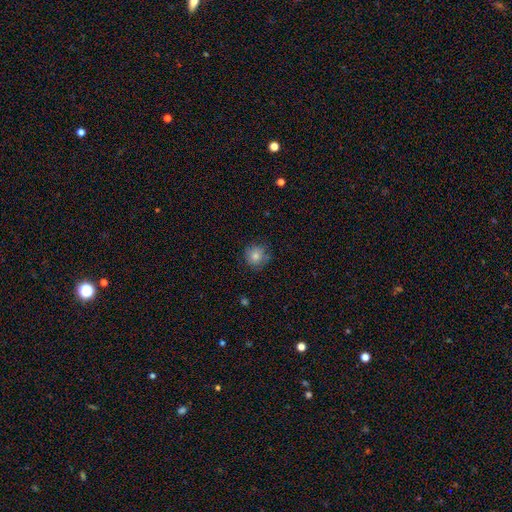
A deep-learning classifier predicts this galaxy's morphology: Smooth or featured: smooth — 80% (star or artifact — 10%)
How rounded: round — 91% (in between — 8%)
Merging: none — 79% (minor disturbance — 16%)